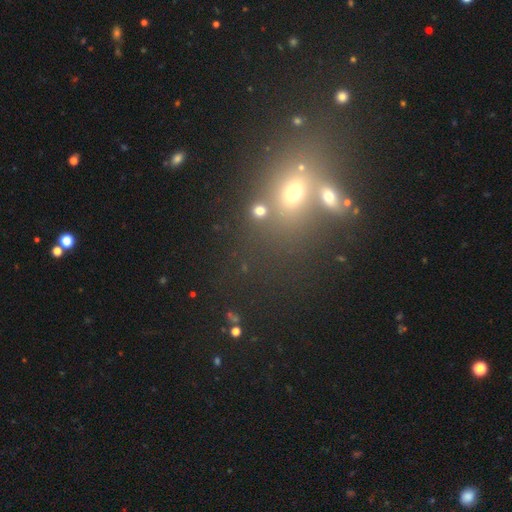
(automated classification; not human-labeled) The model was most divided on "smooth or featured": star or artifact: 44%, smooth: 36%, featured or disk: 20%.